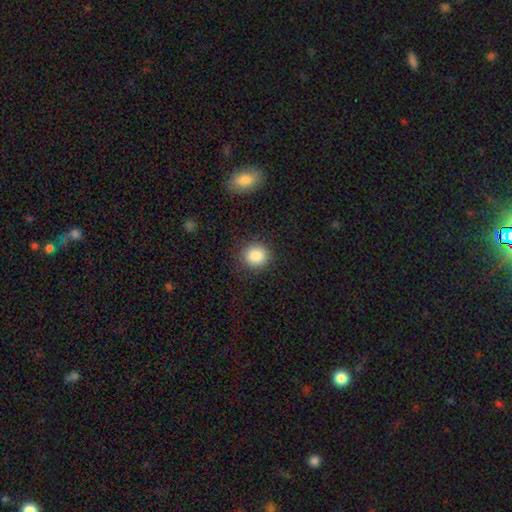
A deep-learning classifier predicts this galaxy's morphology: Smooth or featured?
  - smooth: 86% *
  - star or artifact: 9%
  - featured or disk: 5%
How rounded?
  - round: 86% *
  - in between: 14%
  - cigar-shaped: 1%
Merging?
  - none: 87% *
  - minor disturbance: 8%
  - major disturbance: 3%
  - merger: 1%